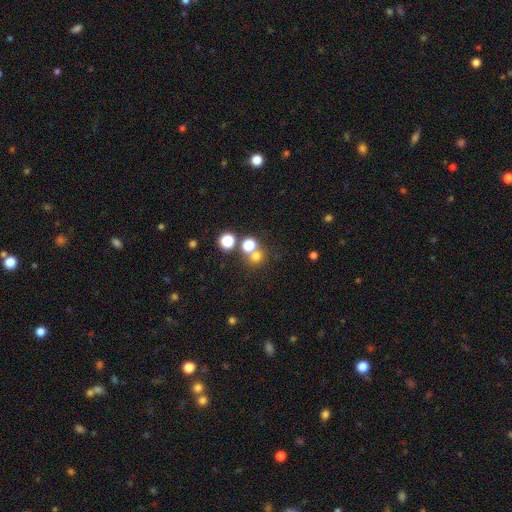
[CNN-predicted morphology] A smooth galaxy with no disk features (68%) that is round (87%).

Vote fractions:
- Smooth or featured? smooth: 68% / star or artifact: 23% / featured or disk: 9%
- How rounded? round: 87% / in between: 12% / cigar-shaped: 1%
- Merging? none: 58% / merger: 31% / minor disturbance: 7% / major disturbance: 4%